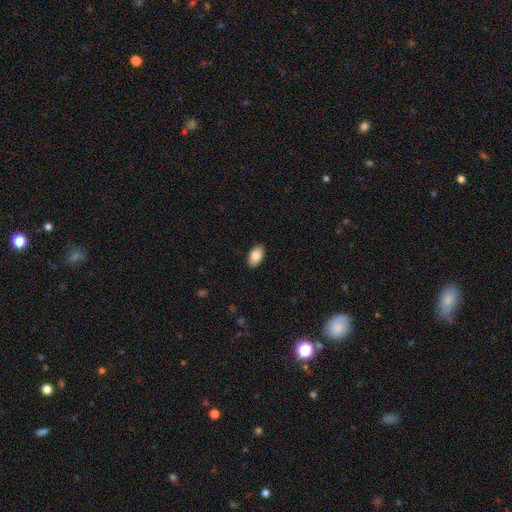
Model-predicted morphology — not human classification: This appears to be a smooth galaxy with no disk features (86%) that is in between round and cigar-shaped (93%). Merging: none (89%).